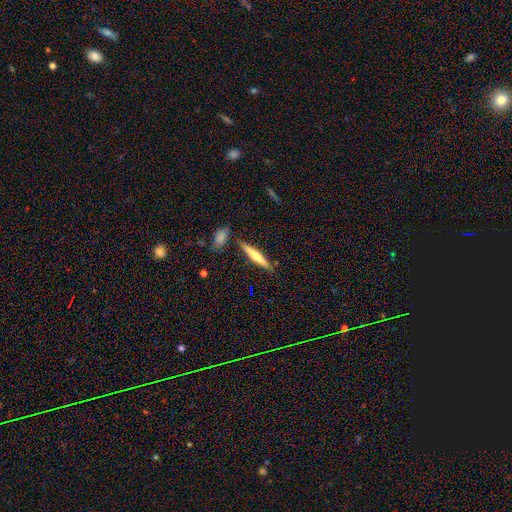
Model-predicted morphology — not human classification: Smooth or featured? Predicted: featured or disk (p=0.50). Merging? Predicted: none (p=0.84).